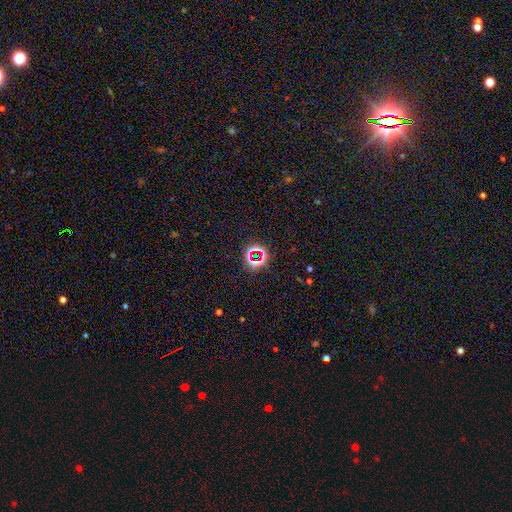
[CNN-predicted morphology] Smooth or featured? star or artifact (67%)